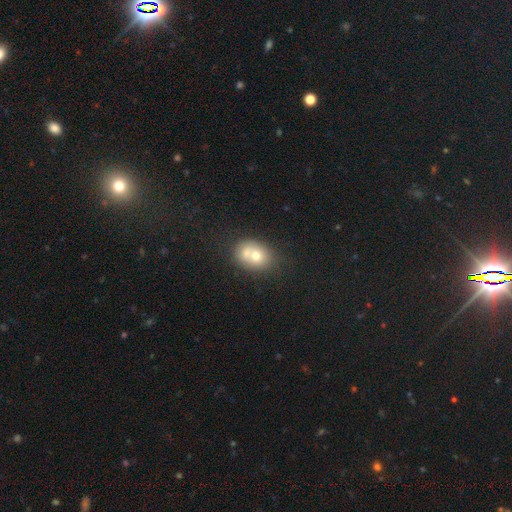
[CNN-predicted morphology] Smooth or featured? Predicted: smooth (p=0.66). How rounded? Predicted: in between (p=0.53). Merging? Predicted: merger (p=0.49).